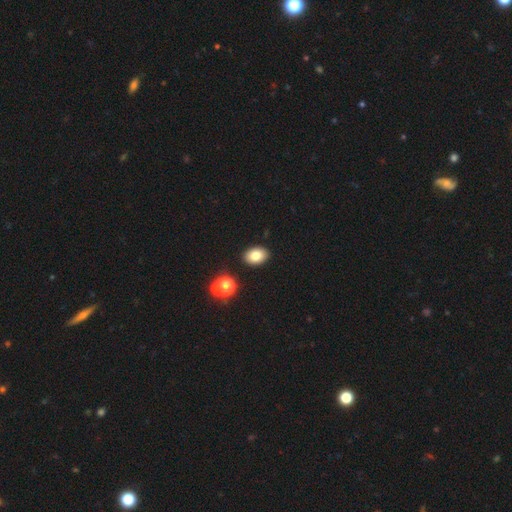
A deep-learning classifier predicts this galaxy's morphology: type=smooth (80%); roundness=in between (83%); merging=none (89%).